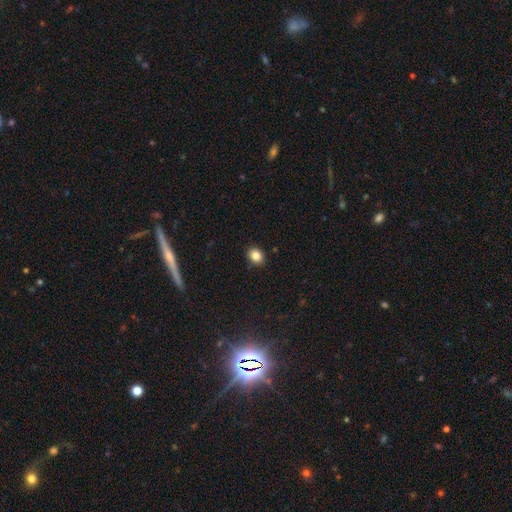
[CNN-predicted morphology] type=smooth (86%); roundness=in between (53%); merging=none (89%).